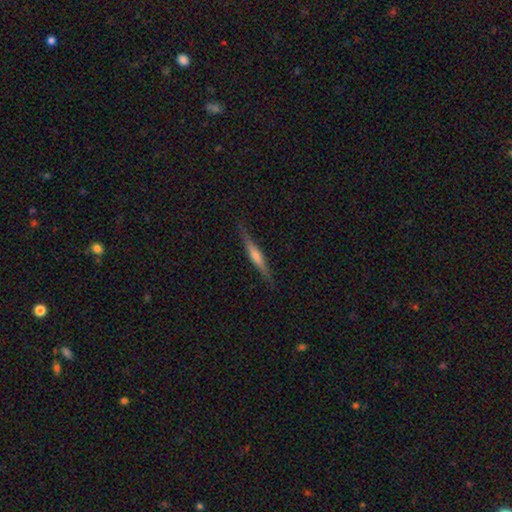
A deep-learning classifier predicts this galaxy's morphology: A featured or disk galaxy (74%) viewed edge-on (98%) with a rounded central bulge (78%).

Vote fractions:
- Smooth or featured? featured or disk: 74% / smooth: 20% / star or artifact: 6%
- Edge-on disk? yes: 98% / no: 2%
- Edge-on bulge? rounded: 78% / none: 12% / boxy: 10%
- Merging? none: 88% / minor disturbance: 9% / major disturbance: 2% / merger: 1%